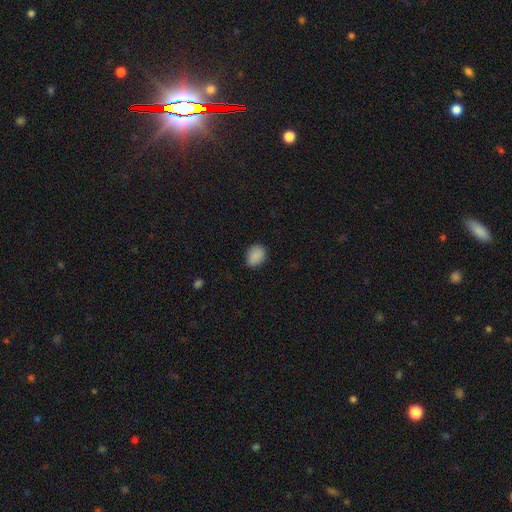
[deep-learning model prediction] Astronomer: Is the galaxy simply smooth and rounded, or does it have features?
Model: smooth — 88%.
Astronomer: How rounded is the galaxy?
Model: in between — 60% (runner-up: round, 39%).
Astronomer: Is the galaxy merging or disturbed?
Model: none — 83%.